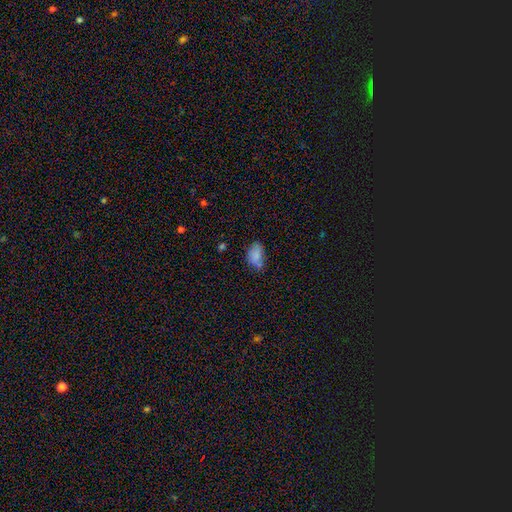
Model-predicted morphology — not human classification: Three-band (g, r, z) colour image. It shows a smooth galaxy with no disk features (82%) that is in between round and cigar-shaped (86%). Merging: none (52%).